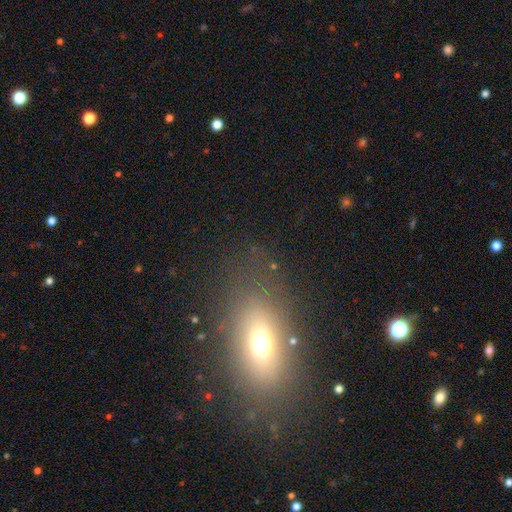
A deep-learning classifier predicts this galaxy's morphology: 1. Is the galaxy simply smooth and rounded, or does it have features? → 60% smooth, 21% star or artifact, 19% featured or disk.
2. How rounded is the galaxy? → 75% in between, 16% round, 10% cigar-shaped.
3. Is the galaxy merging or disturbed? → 80% none, 12% minor disturbance, 6% major disturbance, 3% merger.